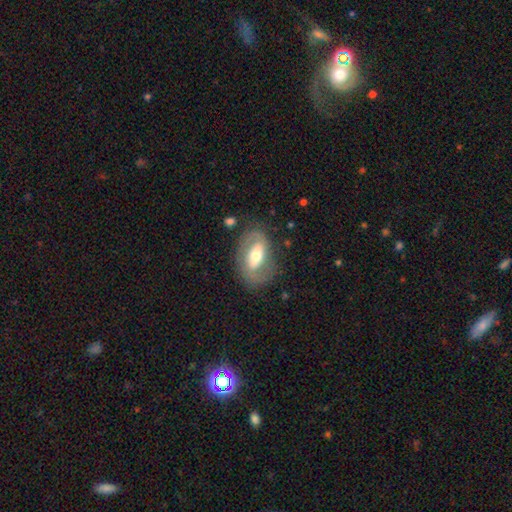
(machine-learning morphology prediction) This is likely a featured or disk galaxy (64%). It is clearly not viewed edge-on (92%). Bar: marginally strong (36%). Spiral arm pattern: likely yes (61%). Central bulge: likely moderate (67%). Merging: likely none (74%).